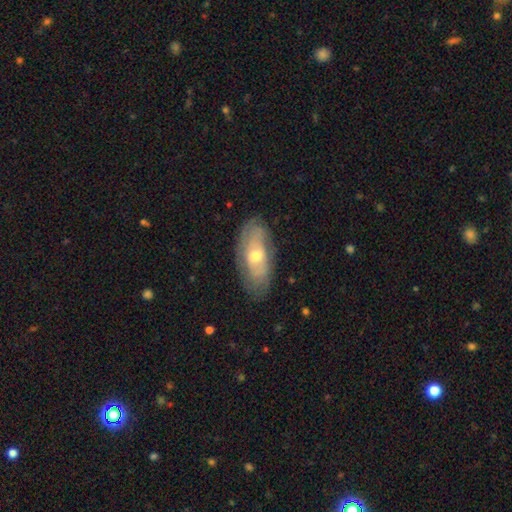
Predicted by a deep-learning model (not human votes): A featured or disk galaxy (55%). Merging: none (79%).